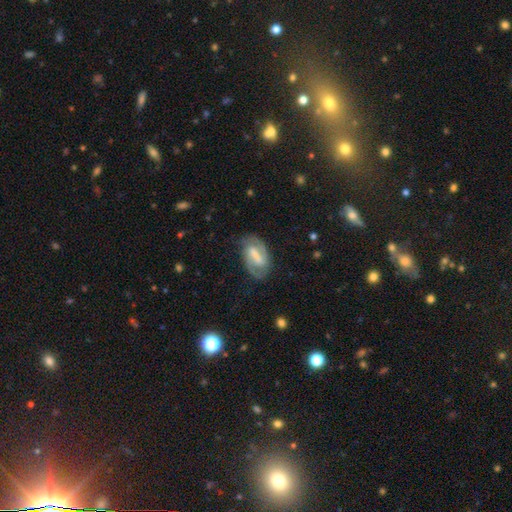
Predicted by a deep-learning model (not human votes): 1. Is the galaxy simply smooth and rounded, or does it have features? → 67% featured or disk, 26% smooth, 6% star or artifact.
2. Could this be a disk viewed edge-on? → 95% no, 5% yes.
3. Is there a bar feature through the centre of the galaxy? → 51% strong, 37% weak, 12% no.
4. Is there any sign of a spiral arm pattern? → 81% yes, 19% no.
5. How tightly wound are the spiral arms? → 45% medium, 36% tight, 19% loose.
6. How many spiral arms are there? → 78% 2, 13% can't tell, 5% 1, 2% 3, 1% 4, 1% more than 4.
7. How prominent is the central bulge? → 31% small, 29% none, 27% moderate, 10% large, 2% dominant.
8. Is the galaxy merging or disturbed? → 70% none, 20% minor disturbance, 8% major disturbance, 2% merger.